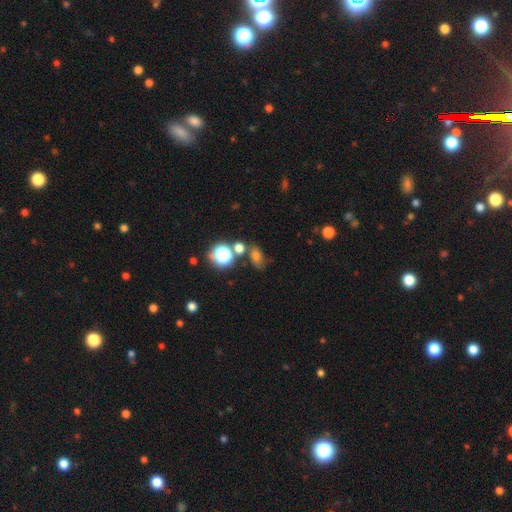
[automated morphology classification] A smooth galaxy with no disk features (61%) that is in between round and cigar-shaped (66%).

Vote fractions:
- Smooth or featured? smooth: 61% / star or artifact: 26% / featured or disk: 13%
- How rounded? in between: 66% / round: 31% / cigar-shaped: 3%
- Merging? none: 60% / minor disturbance: 16% / merger: 15% / major disturbance: 8%